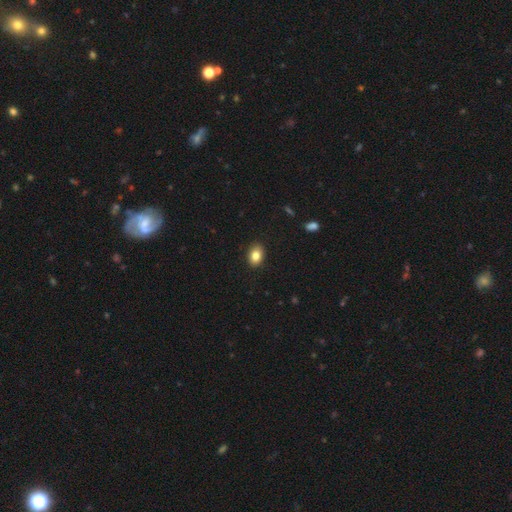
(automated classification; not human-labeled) Smooth or featured?
  - smooth: 84% *
  - star or artifact: 9%
  - featured or disk: 7%
How rounded?
  - in between: 76% *
  - round: 23%
  - cigar-shaped: 1%
Merging?
  - none: 88% *
  - minor disturbance: 9%
  - major disturbance: 2%
  - merger: 1%